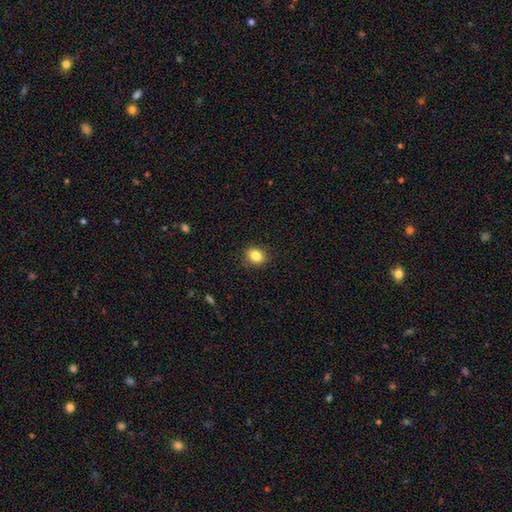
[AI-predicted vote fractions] Smooth or featured? Predicted: smooth (p=0.84). How rounded? Predicted: round (p=0.51). Merging? Predicted: none (p=0.87).